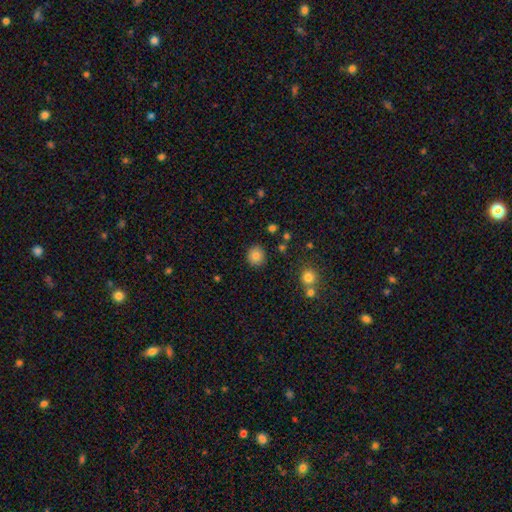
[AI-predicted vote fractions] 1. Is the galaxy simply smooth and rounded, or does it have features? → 83% smooth, 11% star or artifact, 6% featured or disk.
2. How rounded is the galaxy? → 90% round, 9% in between, 1% cigar-shaped.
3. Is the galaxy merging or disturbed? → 88% none, 7% minor disturbance, 2% merger, 2% major disturbance.